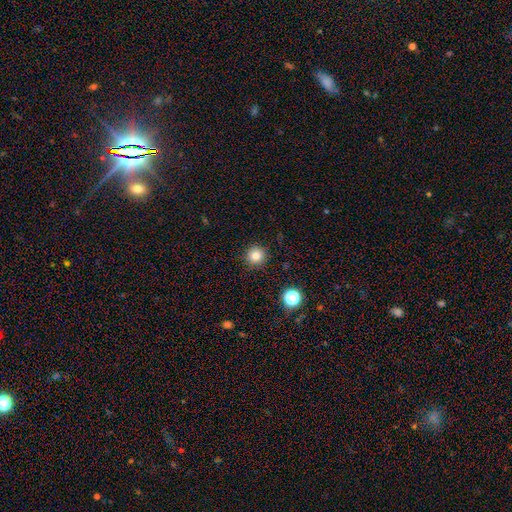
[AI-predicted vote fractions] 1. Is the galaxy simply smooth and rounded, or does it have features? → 81% smooth, 13% star or artifact, 6% featured or disk.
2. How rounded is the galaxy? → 94% round, 5% in between, 1% cigar-shaped.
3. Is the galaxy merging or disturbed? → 90% none, 7% minor disturbance, 2% major disturbance, 1% merger.